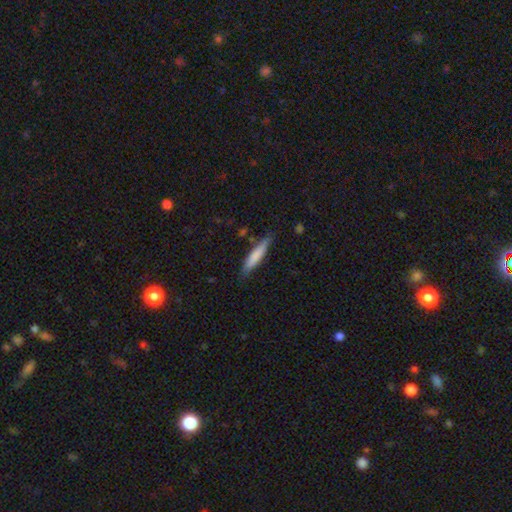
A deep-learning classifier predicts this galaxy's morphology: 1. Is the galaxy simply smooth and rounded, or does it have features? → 77% smooth, 18% featured or disk, 6% star or artifact.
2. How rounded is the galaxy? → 86% cigar-shaped, 13% in between, 1% round.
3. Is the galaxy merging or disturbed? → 79% none, 16% minor disturbance, 3% major disturbance, 2% merger.